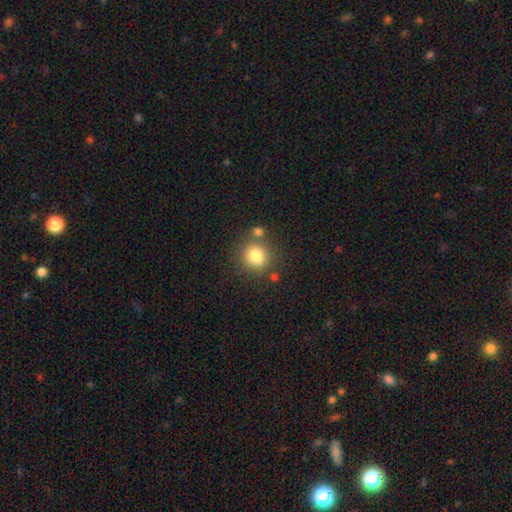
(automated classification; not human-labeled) This is clearly a smooth galaxy (82%). How rounded: clearly round (82%). Merging: likely none (72%).